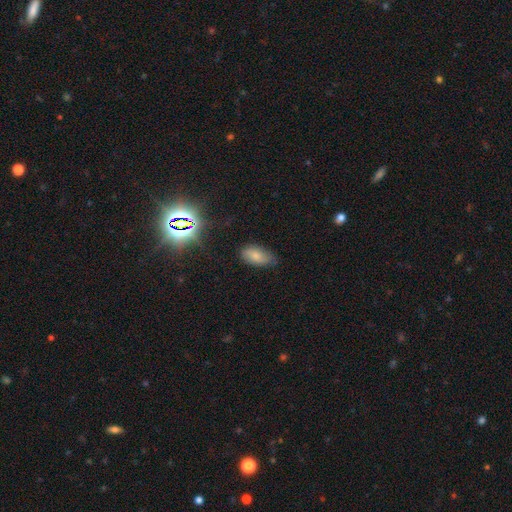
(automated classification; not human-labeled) Smooth or featured?
  - smooth: 76% *
  - featured or disk: 13%
  - star or artifact: 11%
How rounded?
  - in between: 92% *
  - cigar-shaped: 4%
  - round: 3%
Merging?
  - none: 71% *
  - minor disturbance: 23%
  - major disturbance: 4%
  - merger: 2%